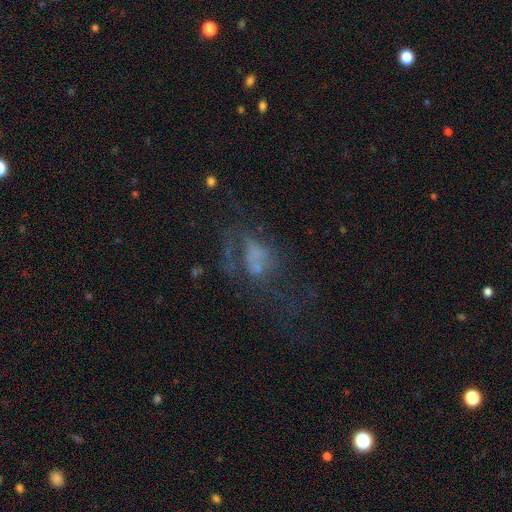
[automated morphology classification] featured or disk 47%, smooth 30%, star or artifact 22%. Down the decision tree: merging — major disturbance (46%).